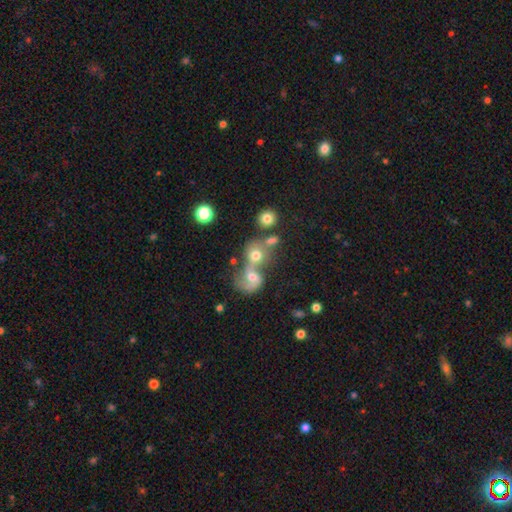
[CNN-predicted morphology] A smooth galaxy with no disk features (52%) that is round (68%).

Vote fractions:
- Smooth or featured? smooth: 52% / featured or disk: 35% / star or artifact: 13%
- How rounded? round: 68% / in between: 30% / cigar-shaped: 2%
- Merging? merger: 69% / none: 18% / major disturbance: 7% / minor disturbance: 6%